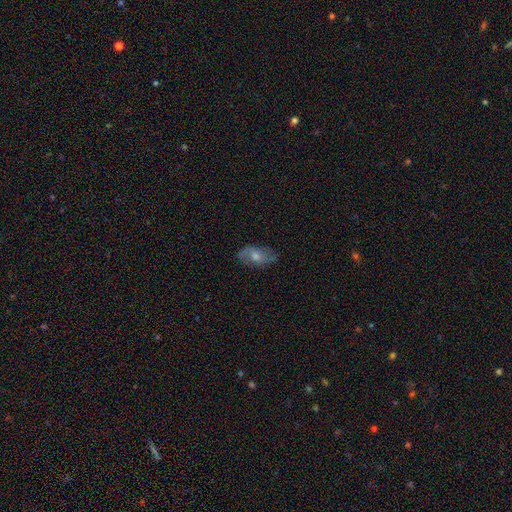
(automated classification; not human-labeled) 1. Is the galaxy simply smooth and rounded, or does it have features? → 56% featured or disk, 33% smooth, 11% star or artifact.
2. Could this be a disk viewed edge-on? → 90% no, 10% yes.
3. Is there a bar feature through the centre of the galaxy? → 56% no, 35% weak, 8% strong.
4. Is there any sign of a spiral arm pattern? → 80% yes, 20% no.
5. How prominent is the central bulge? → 62% moderate, 24% small, 9% large, 4% none, 1% dominant.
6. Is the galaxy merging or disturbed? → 78% none, 16% minor disturbance, 5% major disturbance, 1% merger.